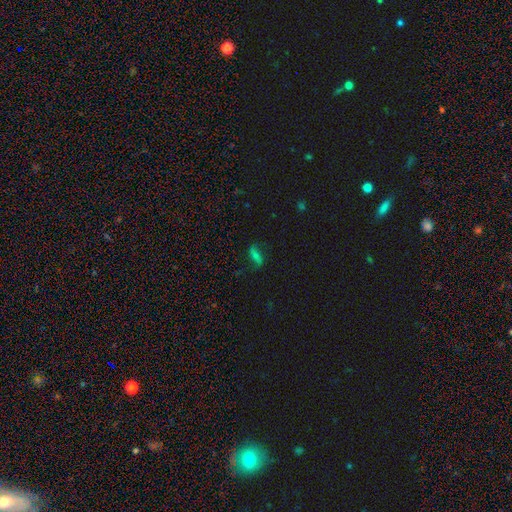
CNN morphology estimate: Overall: featured or disk (50%; smooth 34%). Merging: none (72%).